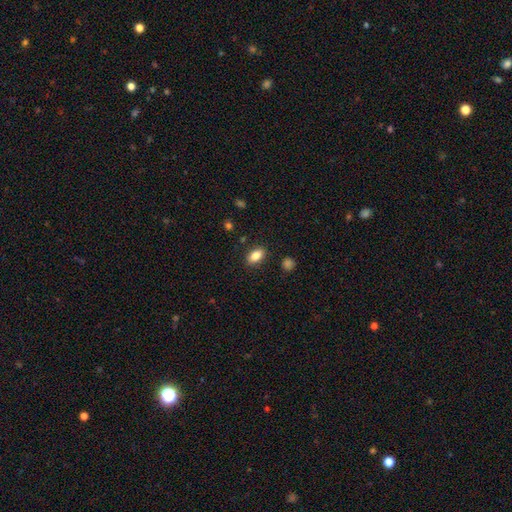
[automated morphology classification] smooth 83%, featured or disk 8%, star or artifact 8%. Down the decision tree: how rounded — in between (88%); merging — none (87%).